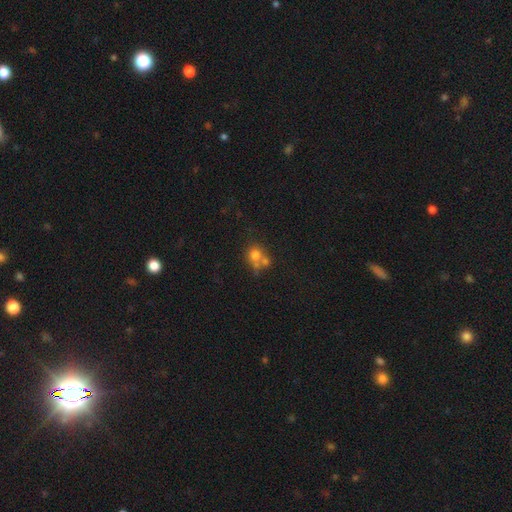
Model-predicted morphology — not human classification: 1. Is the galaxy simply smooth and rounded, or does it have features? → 71% smooth, 15% featured or disk, 14% star or artifact.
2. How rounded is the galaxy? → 82% round, 17% in between, 1% cigar-shaped.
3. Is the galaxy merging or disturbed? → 44% merger, 42% none, 10% minor disturbance, 5% major disturbance.